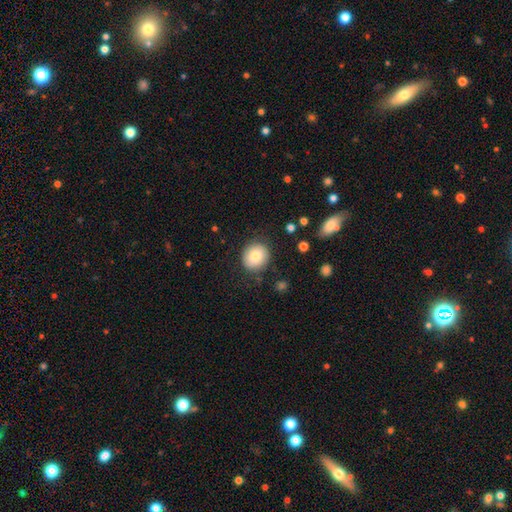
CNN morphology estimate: Smooth or featured? Predicted: smooth (p=0.81). How rounded? Predicted: round (p=0.78). Merging? Predicted: none (p=0.84).